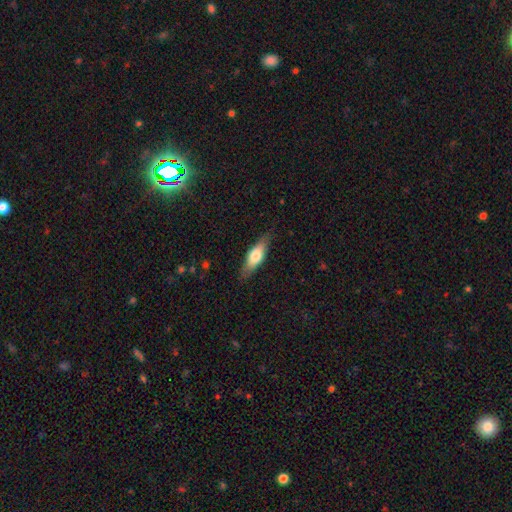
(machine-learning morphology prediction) Q: Smooth or featured?
A: smooth (60%); runner-up: featured or disk (33%)
Q: How rounded?
A: in between (56%); runner-up: cigar-shaped (41%)
Q: Merging?
A: none (83%); runner-up: minor disturbance (13%)